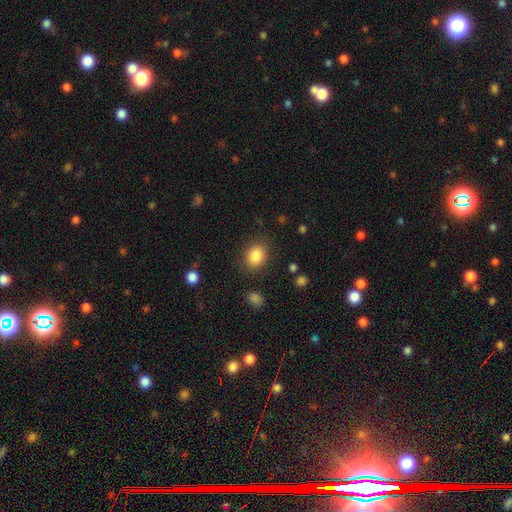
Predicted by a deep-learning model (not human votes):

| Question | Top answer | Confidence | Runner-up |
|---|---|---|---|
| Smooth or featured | smooth | 86% | star or artifact (9%) |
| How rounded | round | 58% | in between (41%) |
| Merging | none | 85% | minor disturbance (10%) |